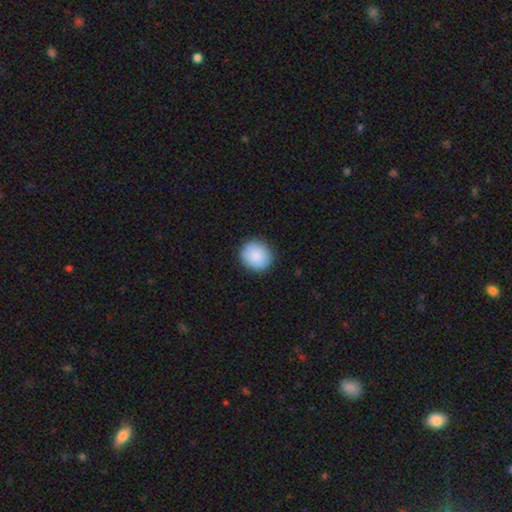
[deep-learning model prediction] Overall: smooth (89%). How rounded: round (78%). Merging: none (89%).